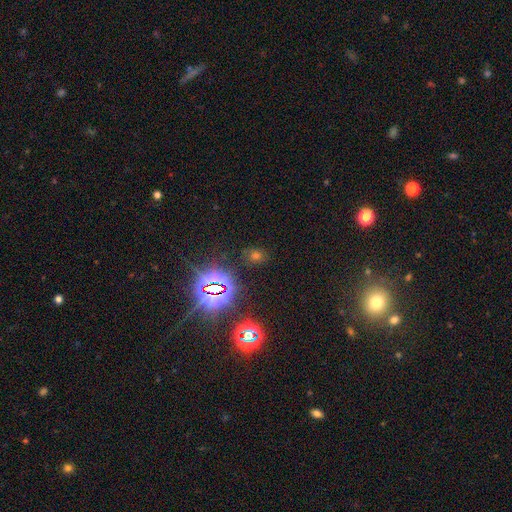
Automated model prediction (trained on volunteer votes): This is possibly a star or artifact rather than a galaxy (54%).